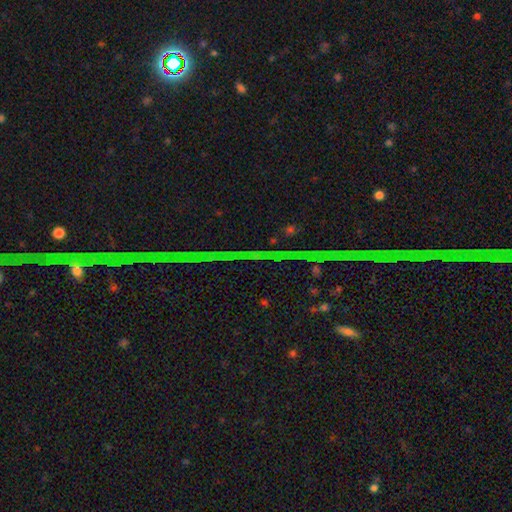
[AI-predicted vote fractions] Smooth or featured? star or artifact (85%)